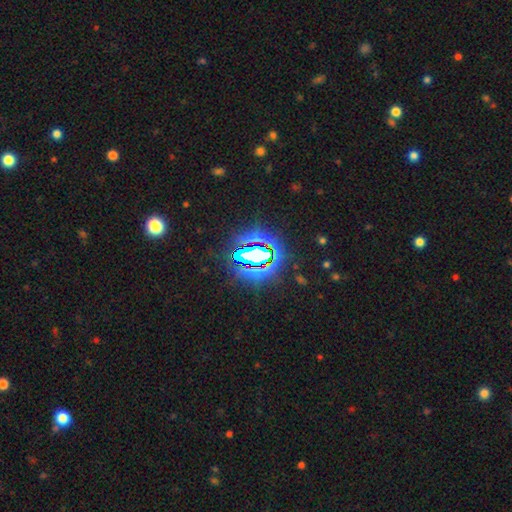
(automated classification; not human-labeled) Smooth or featured: star or artifact — 79% (smooth — 13%)